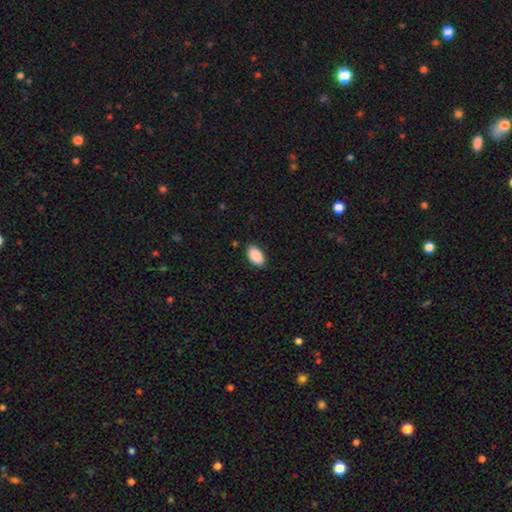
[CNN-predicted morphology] Overall: smooth (90%). How rounded: in between (95%). Merging: none (87%).